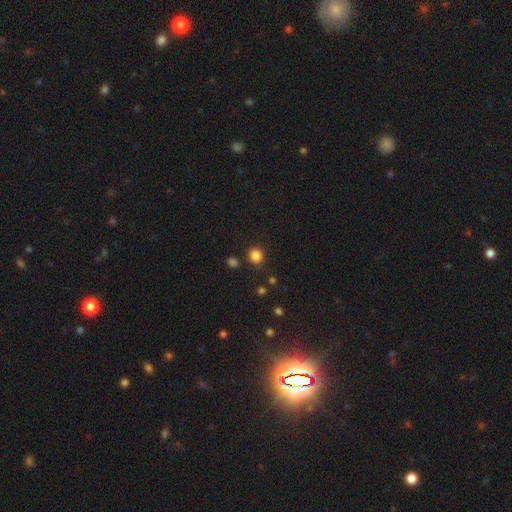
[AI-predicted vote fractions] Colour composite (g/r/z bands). It shows a smooth galaxy with no disk features (84%) that is round (88%). Merging: none (86%).